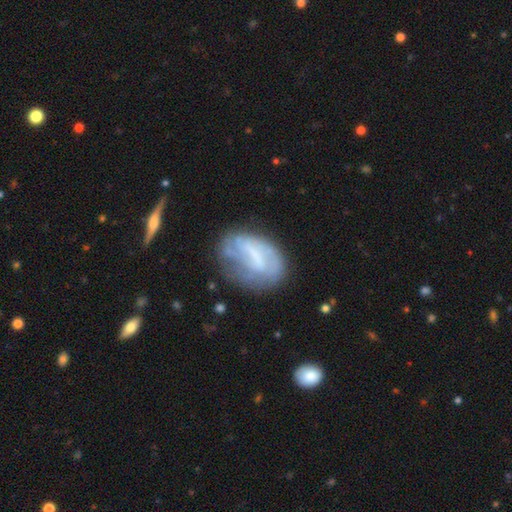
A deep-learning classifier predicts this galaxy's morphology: This is possibly a featured or disk galaxy (58%). It is clearly not viewed edge-on (95%). Bar: marginally weak (38%). Spiral arm pattern: possibly yes (51%). Central bulge: possibly none (49%). Merging: possibly none (50%).